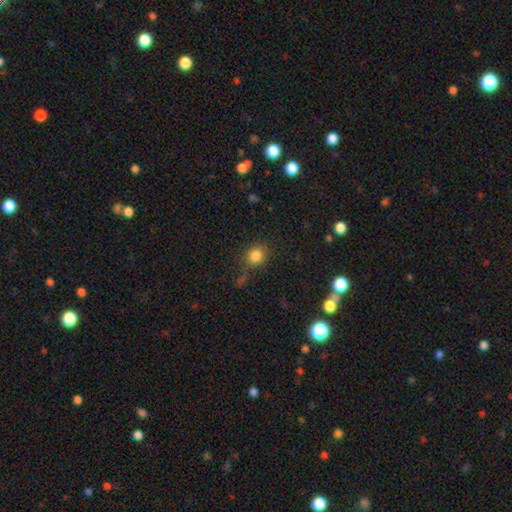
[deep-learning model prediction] The model was most divided on "merging": none: 77%, minor disturbance: 13%, major disturbance: 5%, merger: 5%. More confident: smooth or featured — smooth (83%); how rounded — round (83%).